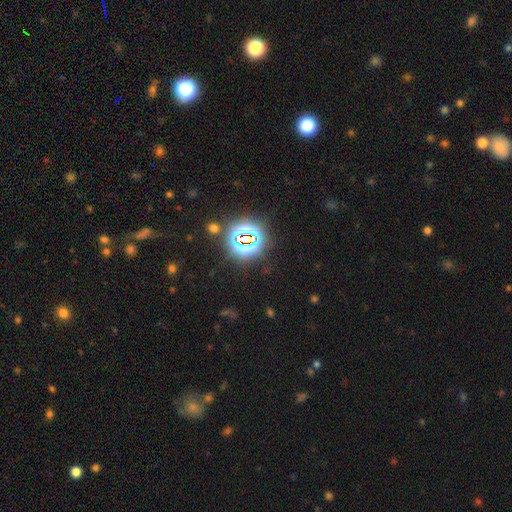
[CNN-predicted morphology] type=star or artifact (78%).